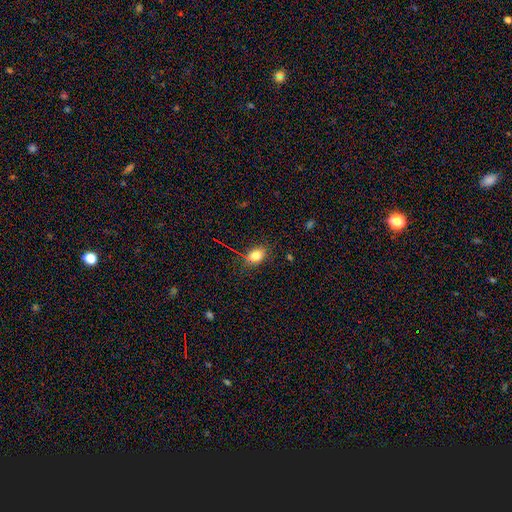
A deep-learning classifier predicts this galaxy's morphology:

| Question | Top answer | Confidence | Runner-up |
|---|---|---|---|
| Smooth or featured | smooth | 78% | star or artifact (13%) |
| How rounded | in between | 76% | round (21%) |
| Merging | none | 78% | minor disturbance (15%) |